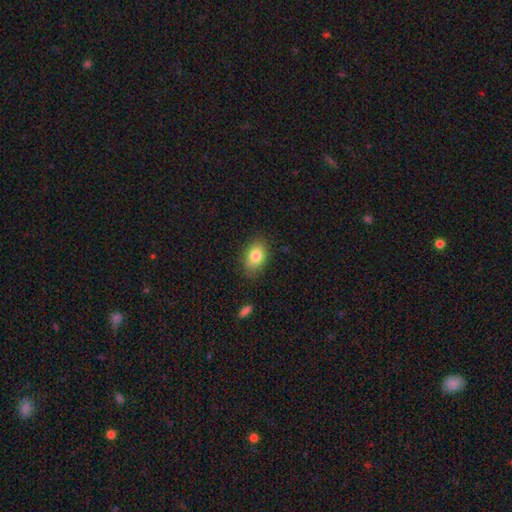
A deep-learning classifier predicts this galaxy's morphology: Q: Smooth or featured?
A: smooth (82%); runner-up: featured or disk (10%)
Q: How rounded?
A: in between (81%); runner-up: round (17%)
Q: Merging?
A: none (81%); runner-up: minor disturbance (14%)